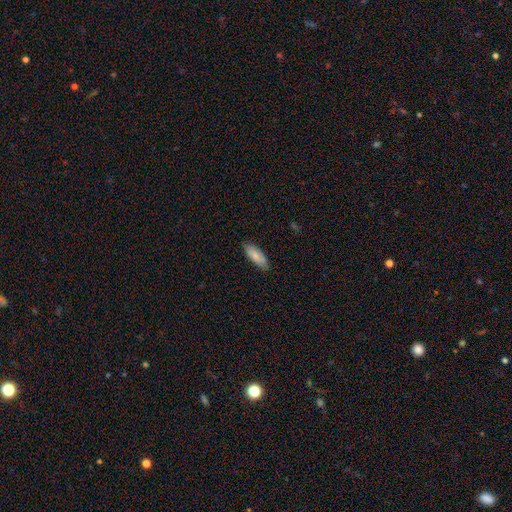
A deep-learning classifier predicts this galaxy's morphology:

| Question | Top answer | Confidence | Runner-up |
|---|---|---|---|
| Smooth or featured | smooth | 80% | featured or disk (14%) |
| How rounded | in between | 73% | cigar-shaped (26%) |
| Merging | none | 84% | minor disturbance (13%) |